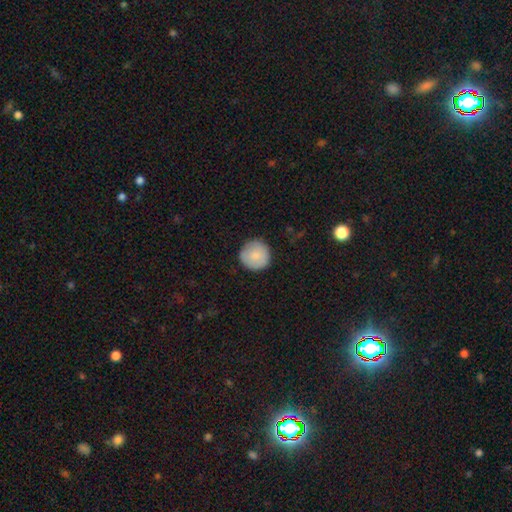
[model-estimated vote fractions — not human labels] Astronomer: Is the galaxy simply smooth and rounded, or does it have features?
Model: smooth — 84%.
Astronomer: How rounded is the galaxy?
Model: round — 96%.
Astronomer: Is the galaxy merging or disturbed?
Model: none — 89%.